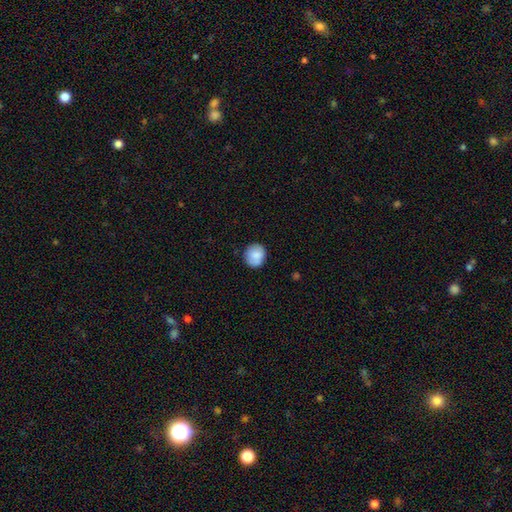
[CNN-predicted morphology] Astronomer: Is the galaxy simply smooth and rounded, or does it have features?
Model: smooth — 82%.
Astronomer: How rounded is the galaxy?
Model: round — 85%.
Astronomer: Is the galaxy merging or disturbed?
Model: none — 80%.